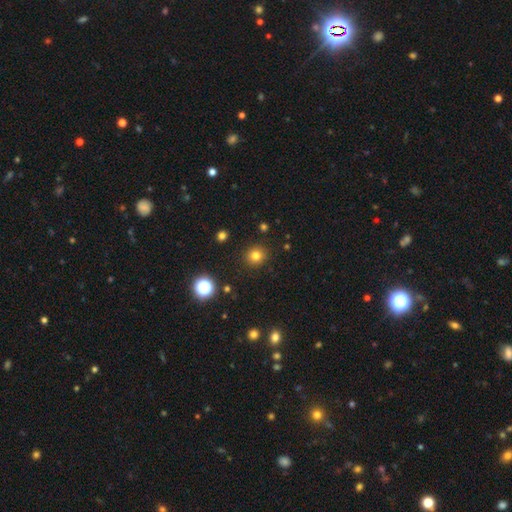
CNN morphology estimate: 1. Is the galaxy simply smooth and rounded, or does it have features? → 78% smooth, 15% star or artifact, 6% featured or disk.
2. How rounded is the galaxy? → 90% round, 9% in between, 1% cigar-shaped.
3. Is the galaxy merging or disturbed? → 91% none, 6% minor disturbance, 2% major disturbance, 1% merger.